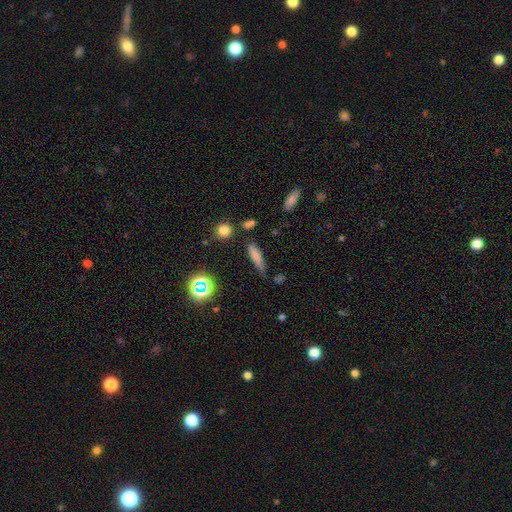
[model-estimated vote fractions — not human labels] Q: Smooth or featured?
A: smooth (72%); runner-up: featured or disk (16%)
Q: How rounded?
A: cigar-shaped (76%); runner-up: in between (20%)
Q: Merging?
A: none (69%); runner-up: minor disturbance (21%)